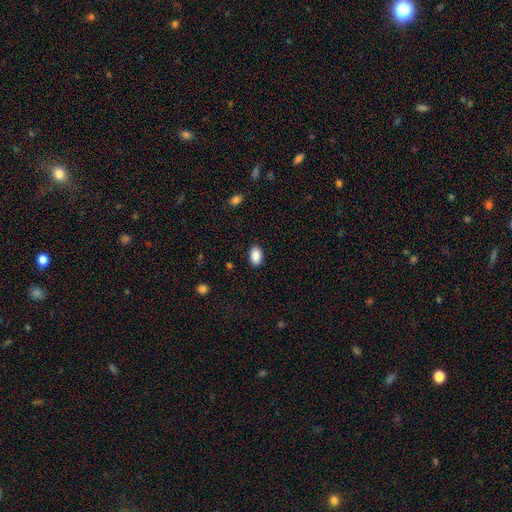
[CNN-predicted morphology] The model was most divided on "how rounded": in between: 89%, round: 9%, cigar-shaped: 1%. More confident: merging — none (89%); smooth or featured — smooth (89%).